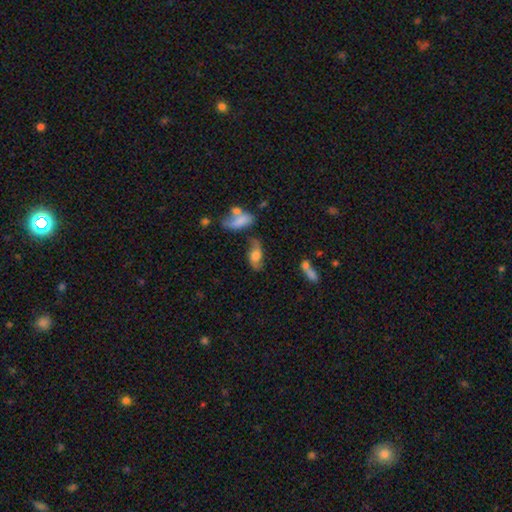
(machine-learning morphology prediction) A smooth galaxy with no disk features (51%) that is in between round and cigar-shaped (82%). Merging: none (56%).